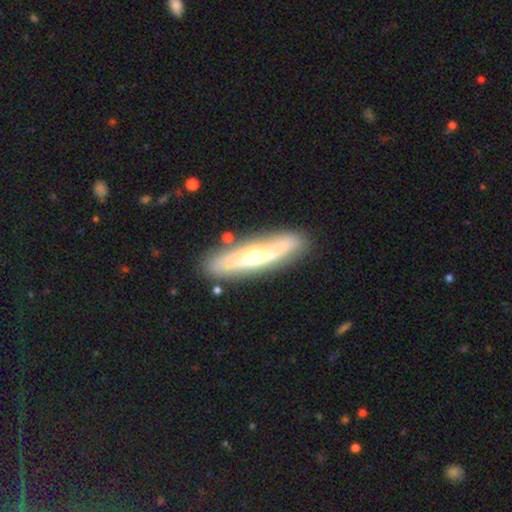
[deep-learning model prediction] Smooth or featured? Predicted: featured or disk (p=0.55). Edge-on disk? Predicted: yes (p=0.53). Merging? Predicted: none (p=0.82).